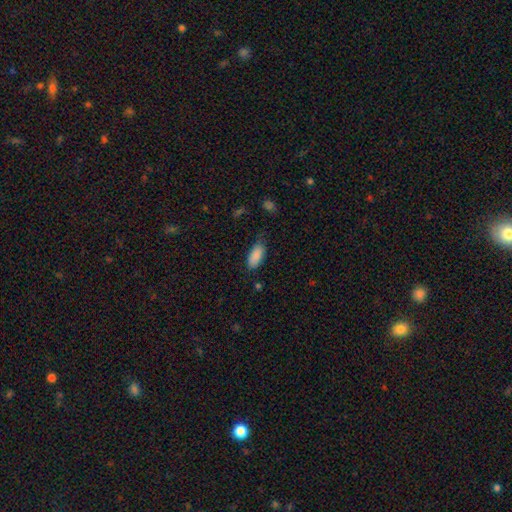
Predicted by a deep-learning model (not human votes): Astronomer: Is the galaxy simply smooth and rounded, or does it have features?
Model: smooth — 88%.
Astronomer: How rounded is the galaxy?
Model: in between — 89%.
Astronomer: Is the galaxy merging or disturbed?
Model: none — 70%.